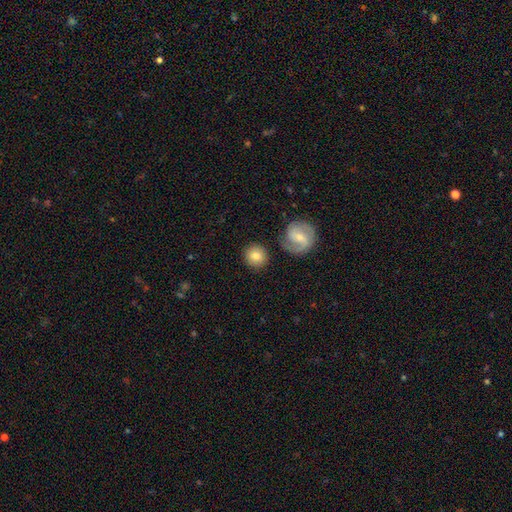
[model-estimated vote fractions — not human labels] A smooth galaxy with no disk features (77%) that is round (92%). Merging: none (83%).